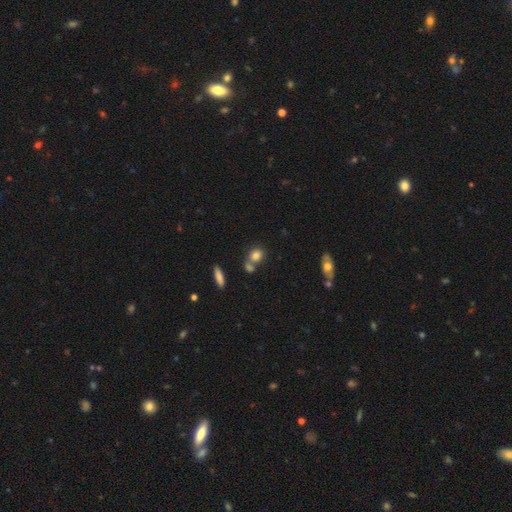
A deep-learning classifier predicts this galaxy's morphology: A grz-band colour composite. It shows a smooth galaxy with no disk features (79%) that is round (65%). Merging: none (53%).